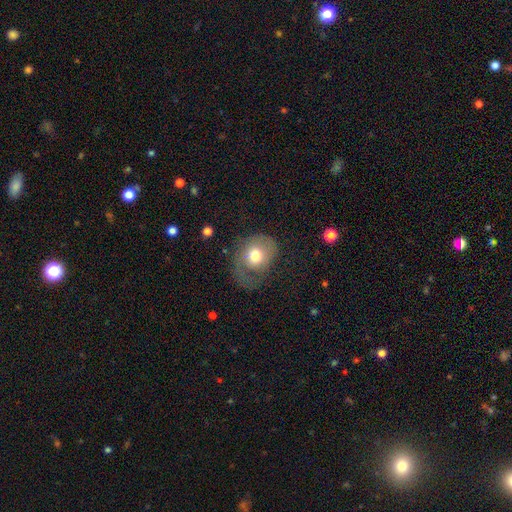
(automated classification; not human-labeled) Smooth or featured? smooth (60%)
How rounded? round (51%)
Merging? major disturbance (38%)